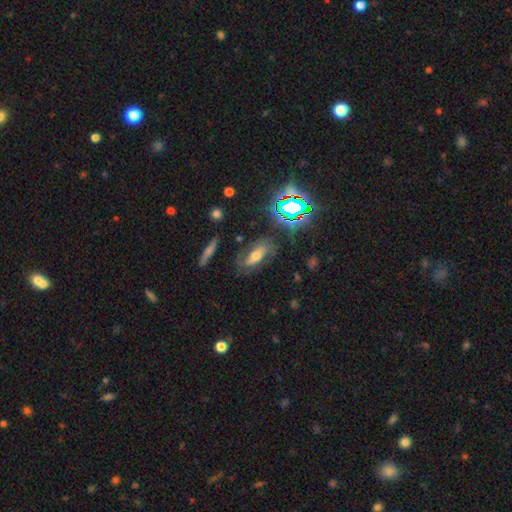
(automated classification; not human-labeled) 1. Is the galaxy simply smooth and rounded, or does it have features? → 42% featured or disk, 37% smooth, 21% star or artifact.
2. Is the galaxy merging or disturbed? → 64% none, 20% minor disturbance, 12% major disturbance, 4% merger.